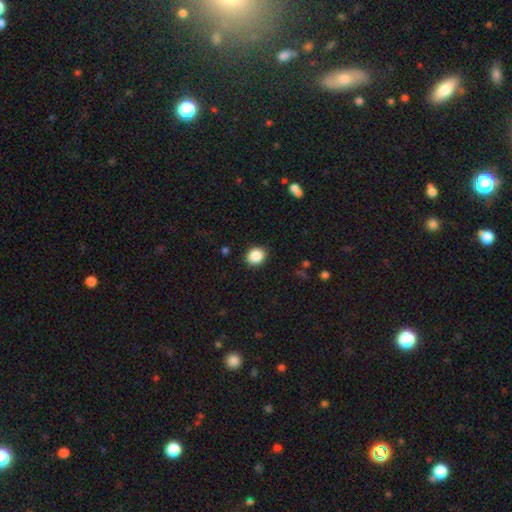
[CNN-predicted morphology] smooth-or-featured: smooth: 87% | star or artifact: 9% | featured or disk: 4%
  how-rounded: round: 66% | in between: 33% | cigar-shaped: 1%
  merging: none: 90% | minor disturbance: 7% | major disturbance: 2% | merger: 1%